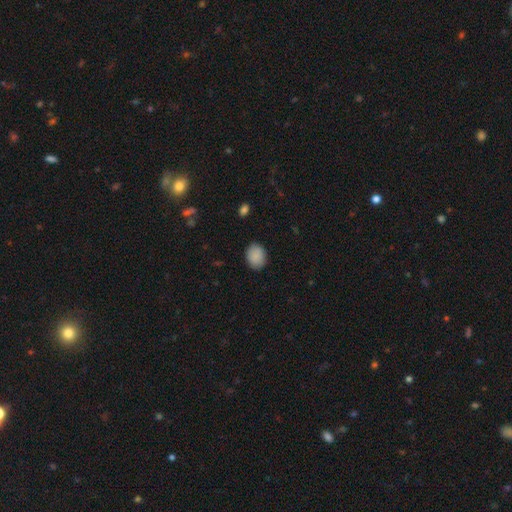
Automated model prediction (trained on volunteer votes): Smooth or featured: smooth — 89% (star or artifact — 7%)
How rounded: in between — 58% (round — 42%)
Merging: none — 87% (minor disturbance — 10%)